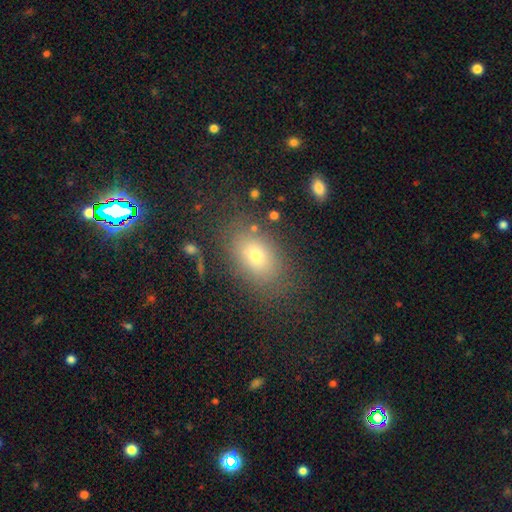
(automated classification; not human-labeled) Morphology: type=smooth (64%); roundness=in between (78%); merging=none (81%).